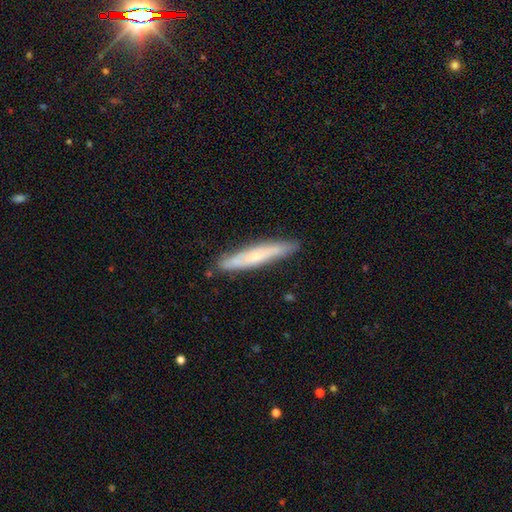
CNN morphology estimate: Q: Smooth or featured?
A: smooth (49%); runner-up: featured or disk (45%)
Q: Merging?
A: none (85%); runner-up: minor disturbance (12%)